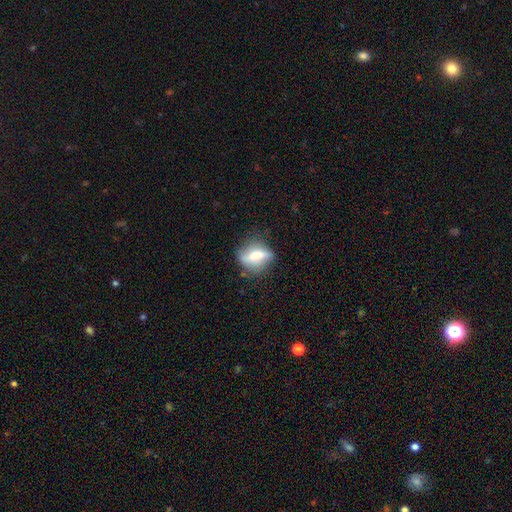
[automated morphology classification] type=smooth (49%); merging=none (64%).